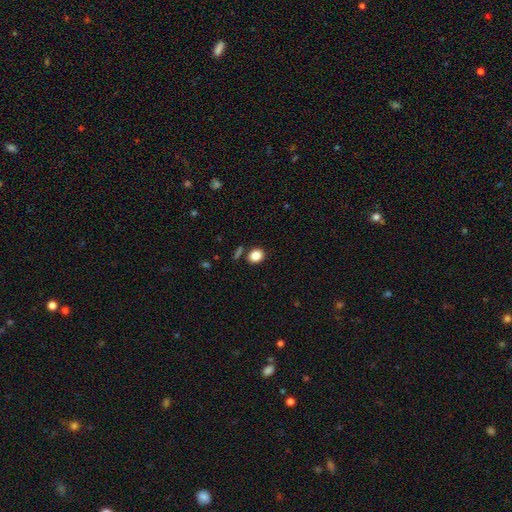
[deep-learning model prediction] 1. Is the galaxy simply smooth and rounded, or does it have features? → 86% smooth, 10% star or artifact, 4% featured or disk.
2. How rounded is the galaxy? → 56% round, 43% in between, 1% cigar-shaped.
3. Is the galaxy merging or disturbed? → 80% none, 11% minor disturbance, 6% merger, 3% major disturbance.